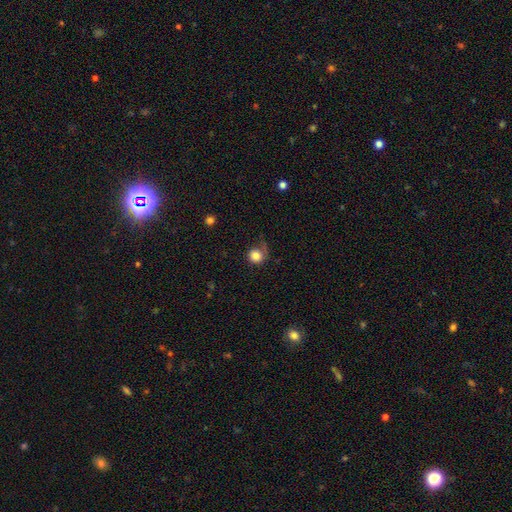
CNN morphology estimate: Smooth or featured: smooth — 80% (featured or disk — 10%)
How rounded: round — 88% (in between — 11%)
Merging: none — 51% (minor disturbance — 25%)